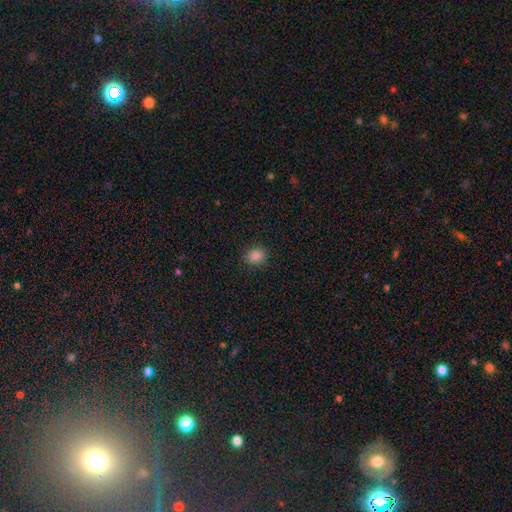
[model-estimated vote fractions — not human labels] This is clearly a smooth galaxy (85%). How rounded: possibly round (56%). Merging: clearly none (89%).